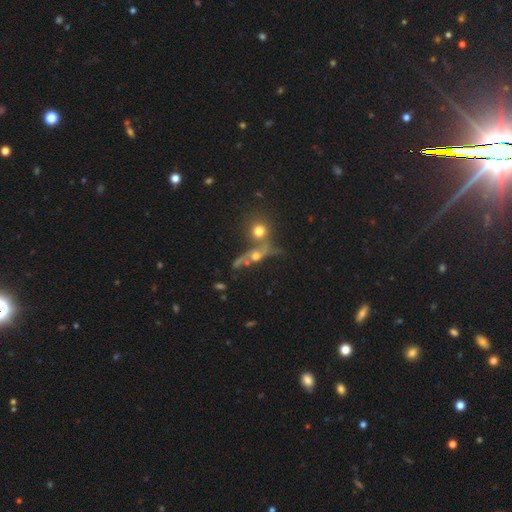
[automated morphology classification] smooth-or-featured: featured or disk: 51% | smooth: 34% | star or artifact: 15%
  disk-edge-on: no: 67% | yes: 33%
  merging: merger: 38% | none: 36% | major disturbance: 13% | minor disturbance: 13%